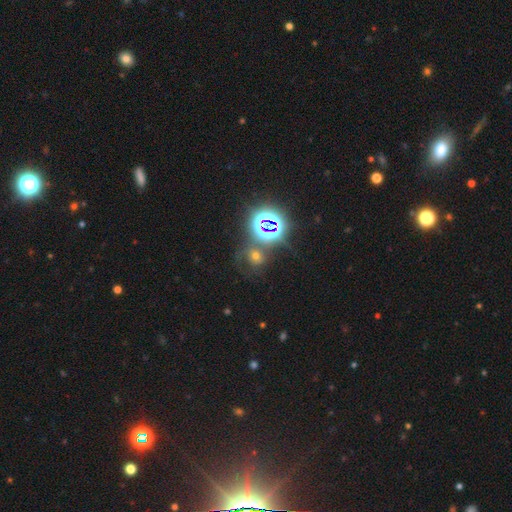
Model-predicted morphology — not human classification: This is marginally a star or artifact rather than a galaxy (43%).